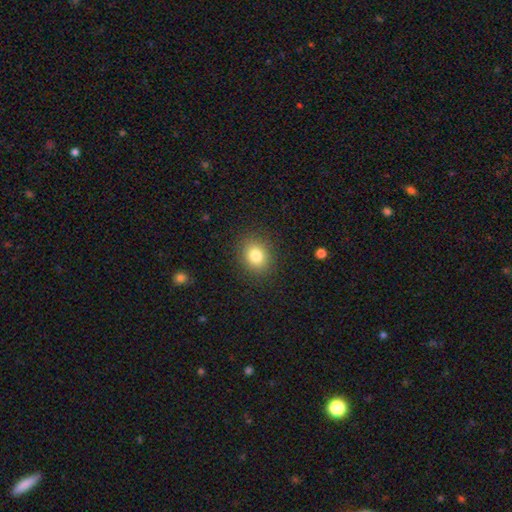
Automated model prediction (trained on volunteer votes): Smooth or featured? smooth (82%)
How rounded? round (64%)
Merging? none (89%)